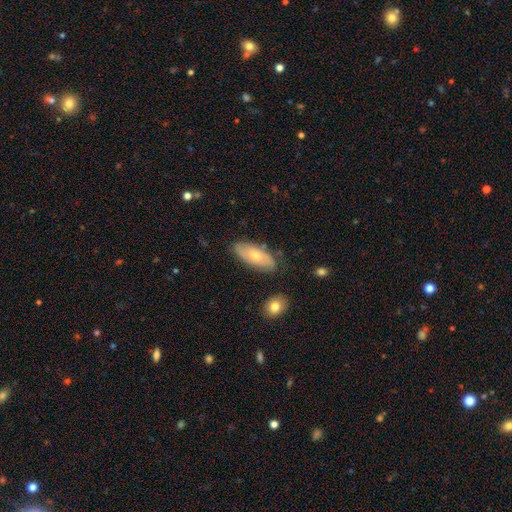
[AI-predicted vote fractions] Smooth or featured? smooth (57%)
How rounded? in between (84%)
Merging? none (76%)